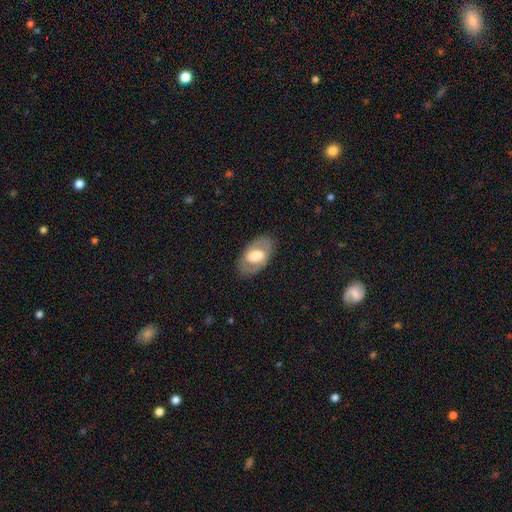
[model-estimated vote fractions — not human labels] smooth-or-featured: featured or disk: 57% | smooth: 37% | star or artifact: 6%
  disk-edge-on: no: 92% | yes: 8%
    bar: weak: 41% | no: 35% | strong: 25%
    has-spiral-arms: no: 51% | yes: 49%
    bulge-size: moderate: 47% | large: 38% | small: 9% | dominant: 3% | none: 2%
  merging: none: 81% | minor disturbance: 13% | major disturbance: 5% | merger: 1%